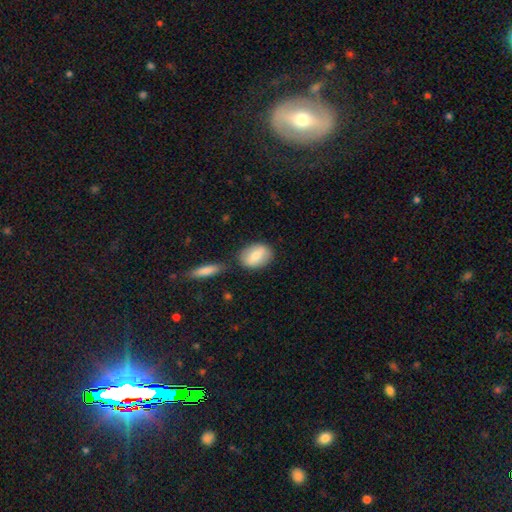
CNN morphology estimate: A smooth galaxy with no disk features (72%) that is in between round and cigar-shaped (79%). Merging: none (72%).